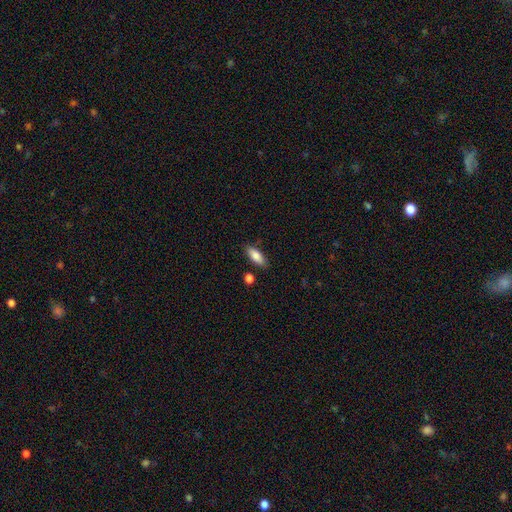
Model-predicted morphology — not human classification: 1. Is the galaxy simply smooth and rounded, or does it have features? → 84% smooth, 10% featured or disk, 7% star or artifact.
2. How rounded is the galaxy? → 75% in between, 23% cigar-shaped, 2% round.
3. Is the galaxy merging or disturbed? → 83% none, 11% minor disturbance, 3% merger, 2% major disturbance.